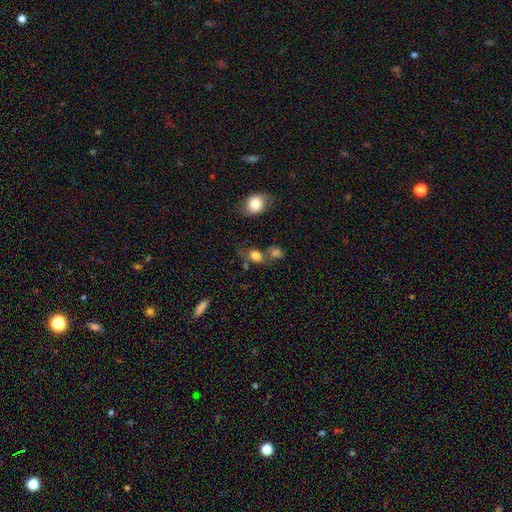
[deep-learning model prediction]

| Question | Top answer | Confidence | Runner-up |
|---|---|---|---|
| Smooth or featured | smooth | 78% | star or artifact (12%) |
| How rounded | in between | 56% | round (42%) |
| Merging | none | 49% | merger (27%) |